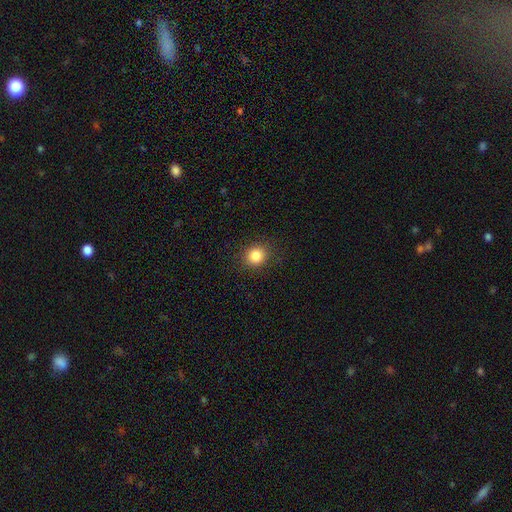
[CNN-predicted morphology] smooth_or_featured: smooth (p=0.85) [alt: star or artifact p=0.10]
how_rounded: round (p=0.81) [alt: in between p=0.18]
merging: none (p=0.89) [alt: minor disturbance p=0.08]